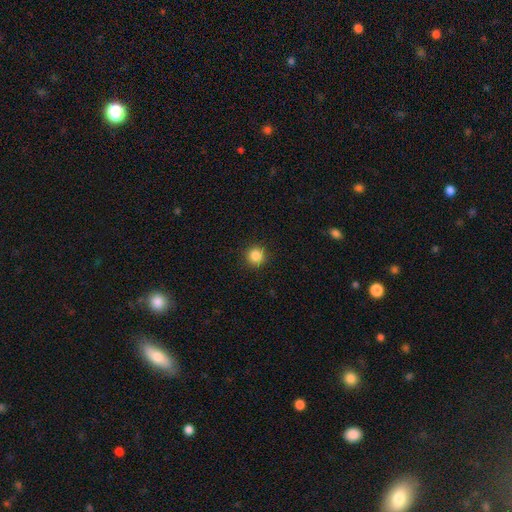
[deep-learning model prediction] This appears to be a smooth galaxy with no disk features (86%) that is round (95%). Merging: none (92%).